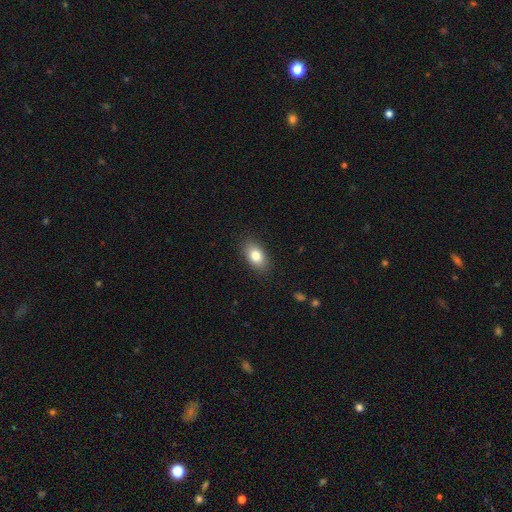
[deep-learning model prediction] smooth_or_featured: smooth (p=0.82) [alt: featured or disk p=0.10]
how_rounded: in between (p=0.87) [alt: round p=0.10]
merging: none (p=0.87) [alt: minor disturbance p=0.09]